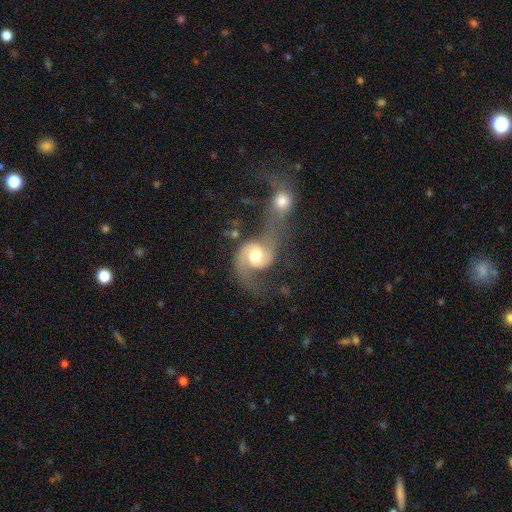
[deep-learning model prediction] smooth-or-featured: featured or disk: 83% | smooth: 12% | star or artifact: 5%
  disk-edge-on: no: 98% | yes: 2%
    bar: no: 61% | weak: 32% | strong: 8%
    has-spiral-arms: yes: 95% | no: 5%
      spiral-winding: medium: 47% | loose: 39% | tight: 14%
      spiral-arm-count: 2: 87% | 1: 7% | can't tell: 3% | 3: 1% | 4: 1% | more than 4: 1%
    bulge-size: moderate: 67% | large: 23% | small: 7% | dominant: 2% | none: 1%
  merging: merger: 56% | none: 22% | major disturbance: 12% | minor disturbance: 10%